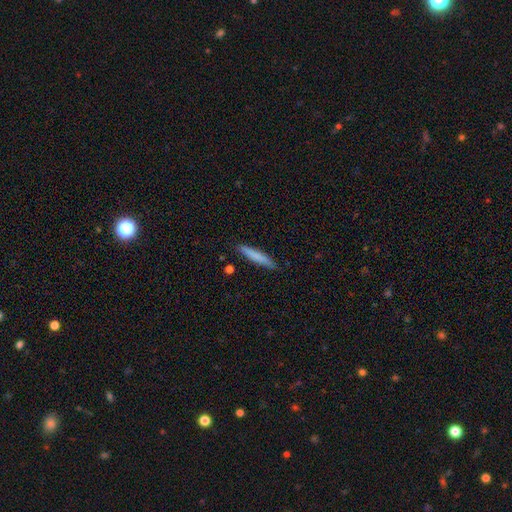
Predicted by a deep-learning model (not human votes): A smooth galaxy with no disk features (76%) that is cigar-shaped (93%). Merging: none (85%).